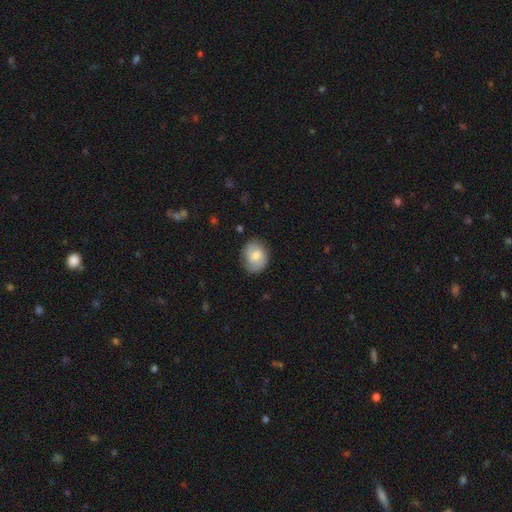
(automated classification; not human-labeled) smooth 58%, featured or disk 34%, star or artifact 7%. Down the decision tree: how rounded — round (58%); merging — none (73%).